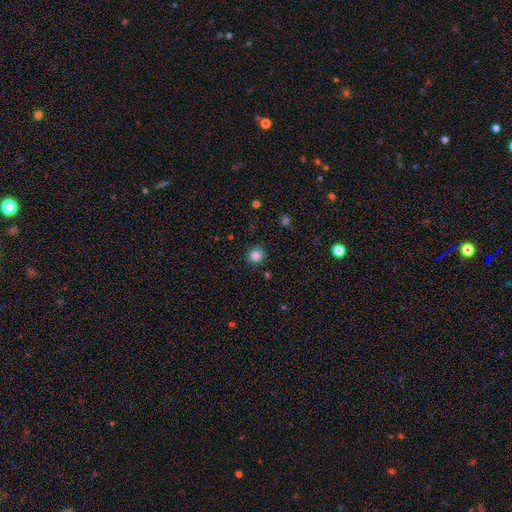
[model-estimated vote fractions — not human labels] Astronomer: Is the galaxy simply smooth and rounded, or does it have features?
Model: smooth — 84%.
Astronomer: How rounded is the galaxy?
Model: round — 87%.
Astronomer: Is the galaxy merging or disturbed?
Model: none — 87%.